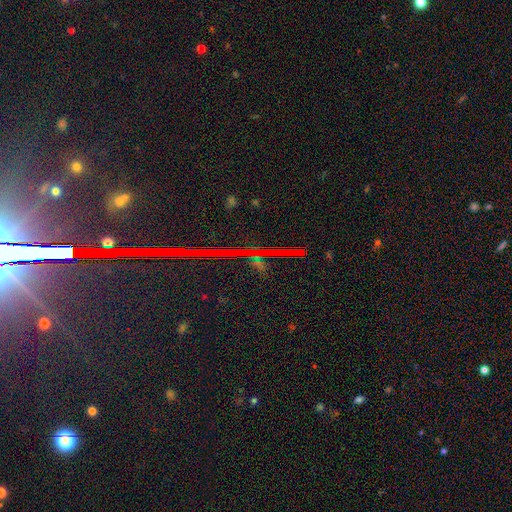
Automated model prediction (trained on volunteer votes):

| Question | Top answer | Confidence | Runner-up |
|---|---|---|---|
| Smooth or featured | star or artifact | 74% | featured or disk (13%) |